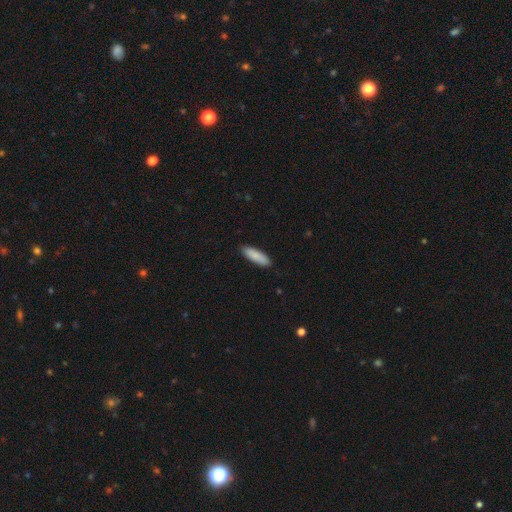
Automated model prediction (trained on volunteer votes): Smooth or featured? smooth (88%)
How rounded? cigar-shaped (52%)
Merging? none (88%)